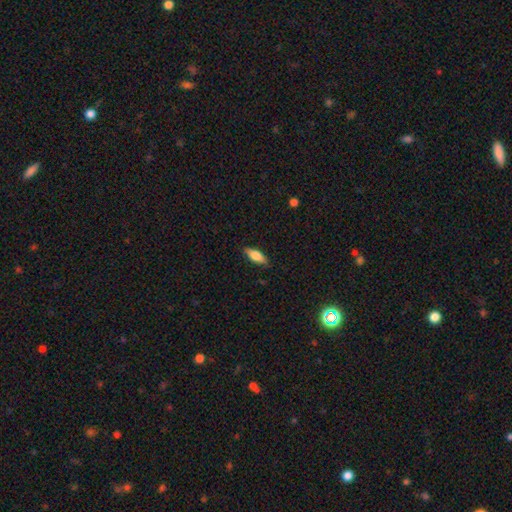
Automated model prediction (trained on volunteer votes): Smooth or featured? smooth (68%)
How rounded? in between (65%)
Merging? none (84%)